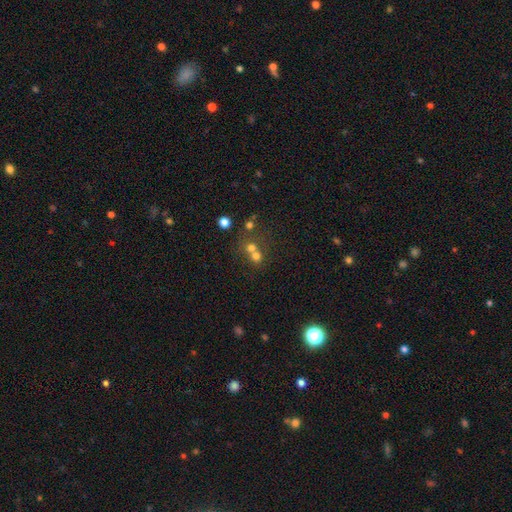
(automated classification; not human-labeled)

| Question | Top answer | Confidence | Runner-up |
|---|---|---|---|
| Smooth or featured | smooth | 66% | star or artifact (20%) |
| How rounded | round | 82% | in between (17%) |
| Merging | merger | 52% | none (39%) |